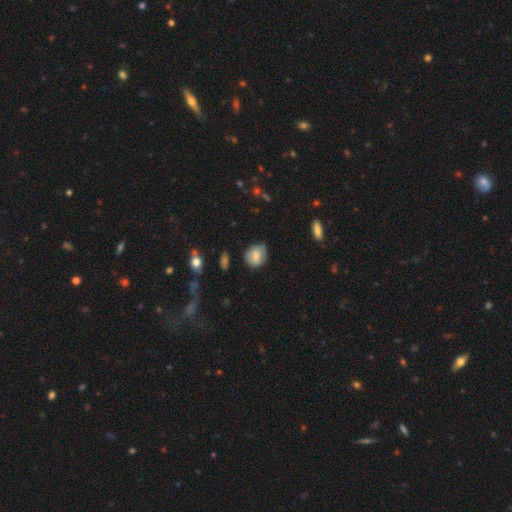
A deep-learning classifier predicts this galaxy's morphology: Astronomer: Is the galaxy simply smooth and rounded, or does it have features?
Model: smooth — 75%.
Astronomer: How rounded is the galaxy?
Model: round — 61% (runner-up: in between, 37%).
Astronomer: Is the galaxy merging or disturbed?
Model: none — 71%.